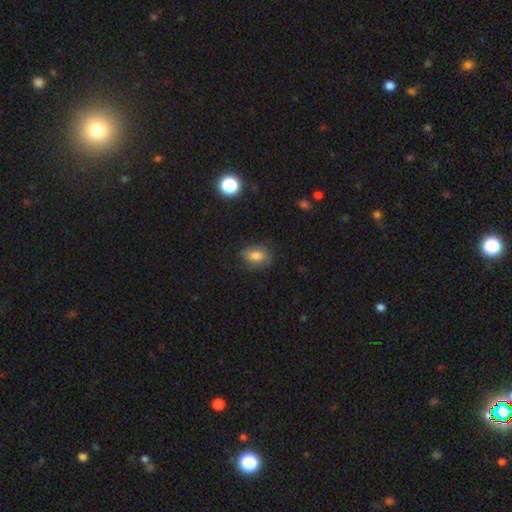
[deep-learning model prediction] Q: Smooth or featured?
A: smooth (68%); runner-up: featured or disk (20%)
Q: How rounded?
A: in between (80%); runner-up: round (18%)
Q: Merging?
A: none (71%); runner-up: minor disturbance (21%)